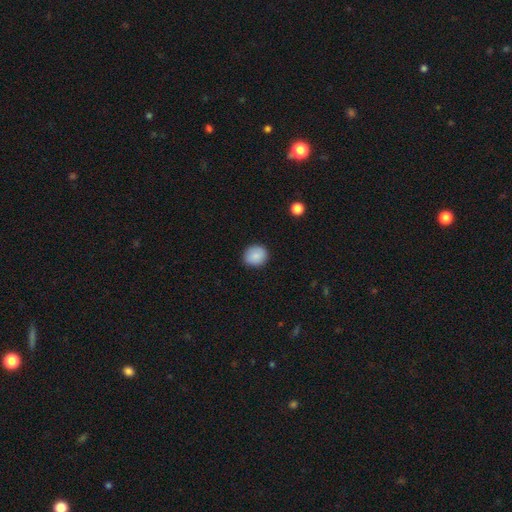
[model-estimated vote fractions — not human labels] Smooth or featured?
  - smooth: 86% *
  - star or artifact: 8%
  - featured or disk: 6%
How rounded?
  - round: 80% *
  - in between: 19%
  - cigar-shaped: 1%
Merging?
  - none: 88% *
  - minor disturbance: 9%
  - major disturbance: 2%
  - merger: 1%